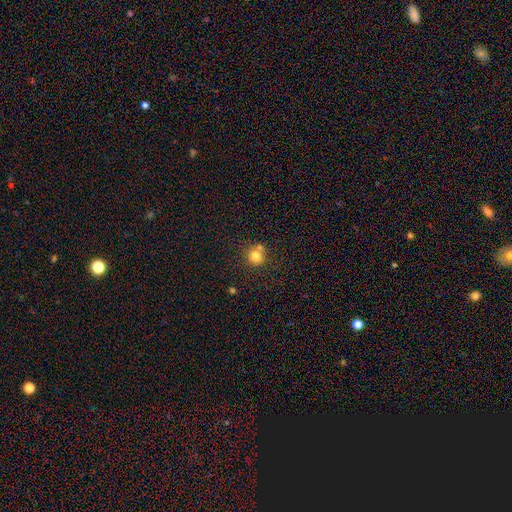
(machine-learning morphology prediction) smooth_or_featured: smooth (p=0.78) [alt: star or artifact p=0.13]
how_rounded: round (p=0.90) [alt: in between p=0.09]
merging: none (p=0.63) [alt: merger p=0.24]